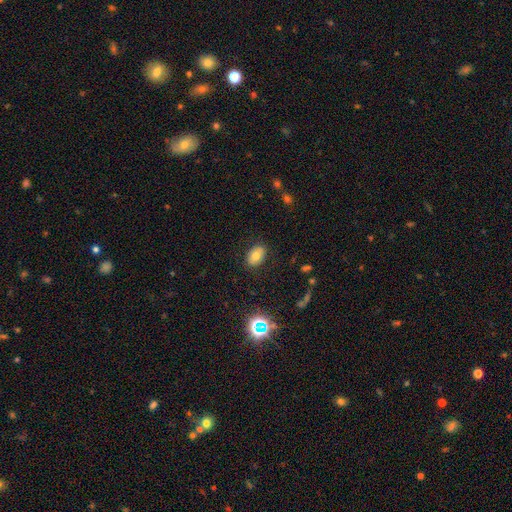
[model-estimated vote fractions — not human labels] Q: Smooth or featured?
A: smooth (71%); runner-up: featured or disk (16%)
Q: How rounded?
A: in between (80%); runner-up: round (19%)
Q: Merging?
A: none (86%); runner-up: minor disturbance (10%)